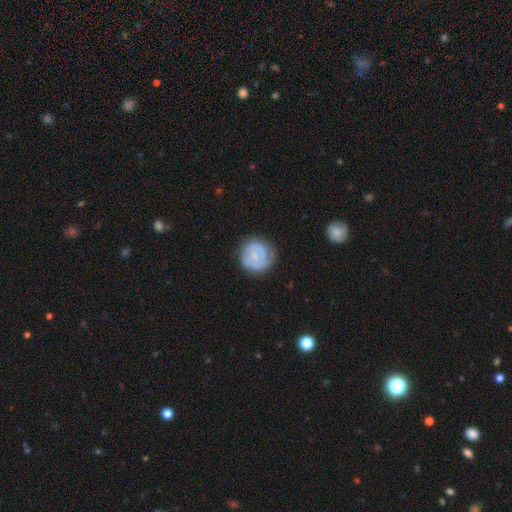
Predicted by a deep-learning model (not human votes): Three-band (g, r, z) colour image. It shows a featured or disk galaxy (48%). Merging: none (71%).